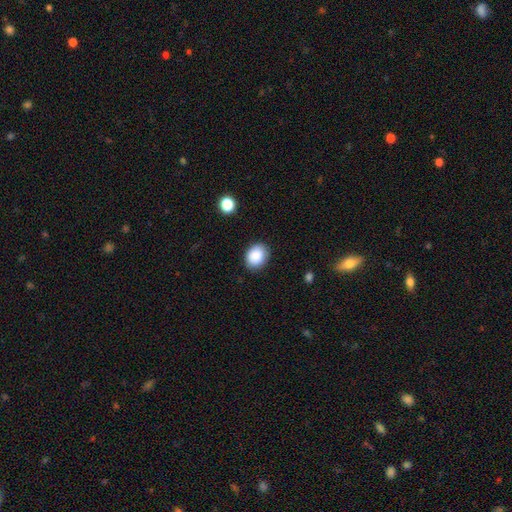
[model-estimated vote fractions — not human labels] Overall: smooth (88%). How rounded: in between (57%; round 42%). Merging: none (86%).